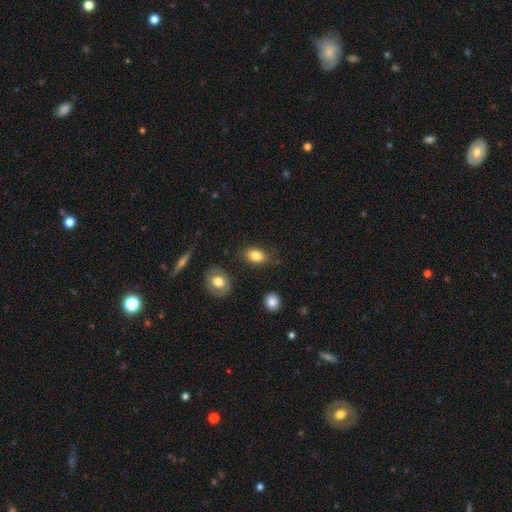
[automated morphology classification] A smooth galaxy with no disk features (83%) that is in between round and cigar-shaped (83%). Merging: none (76%).